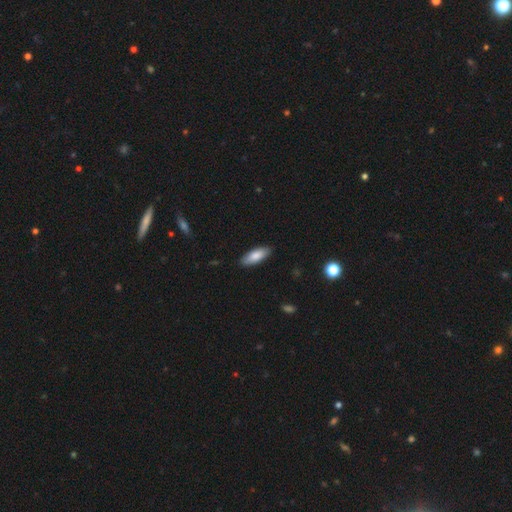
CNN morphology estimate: A smooth galaxy with no disk features (83%) that is in between round and cigar-shaped (73%).

Vote fractions:
- Smooth or featured? smooth: 83% / featured or disk: 11% / star or artifact: 6%
- How rounded? in between: 73% / cigar-shaped: 25% / round: 2%
- Merging? none: 87% / minor disturbance: 10% / major disturbance: 2% / merger: 1%